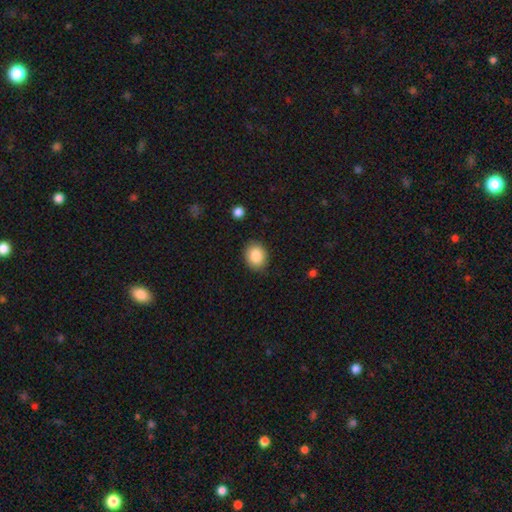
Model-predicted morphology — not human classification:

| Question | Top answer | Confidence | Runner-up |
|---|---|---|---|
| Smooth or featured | smooth | 86% | star or artifact (8%) |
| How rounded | in between | 53% | round (46%) |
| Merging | none | 87% | minor disturbance (10%) |